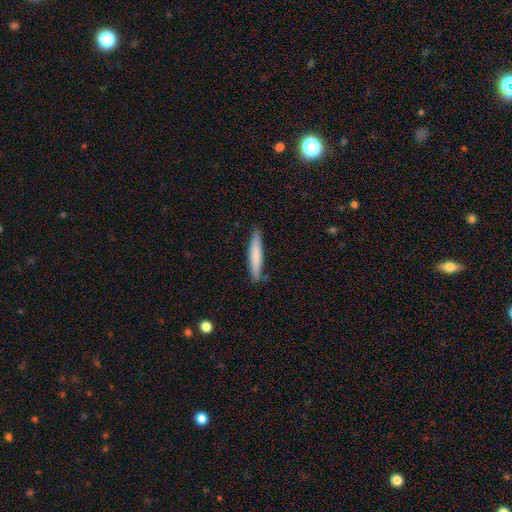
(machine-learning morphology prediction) A smooth galaxy with no disk features (75%) that is cigar-shaped (91%).

Vote fractions:
- Smooth or featured? smooth: 75% / featured or disk: 20% / star or artifact: 5%
- How rounded? cigar-shaped: 91% / in between: 8% / round: 1%
- Merging? none: 84% / minor disturbance: 12% / major disturbance: 2% / merger: 1%